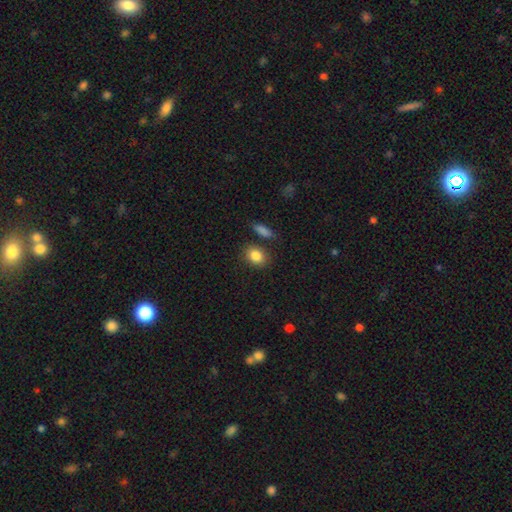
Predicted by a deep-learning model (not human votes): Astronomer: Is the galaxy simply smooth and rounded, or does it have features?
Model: smooth — 85%.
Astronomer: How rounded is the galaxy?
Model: in between — 59% (runner-up: round, 39%).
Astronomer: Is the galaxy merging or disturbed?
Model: none — 77%.